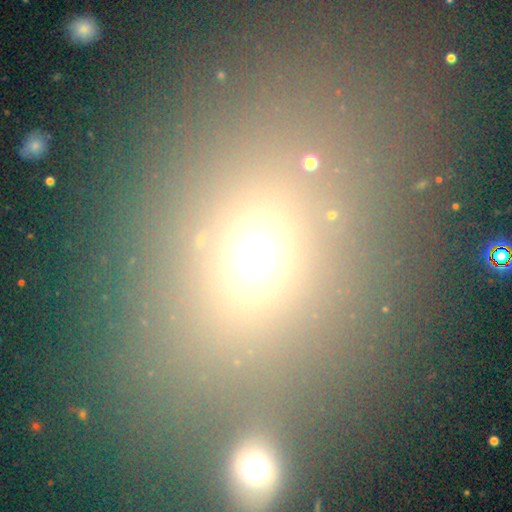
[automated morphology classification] Smooth or featured? smooth (60%)
How rounded? round (51%)
Merging? none (74%)